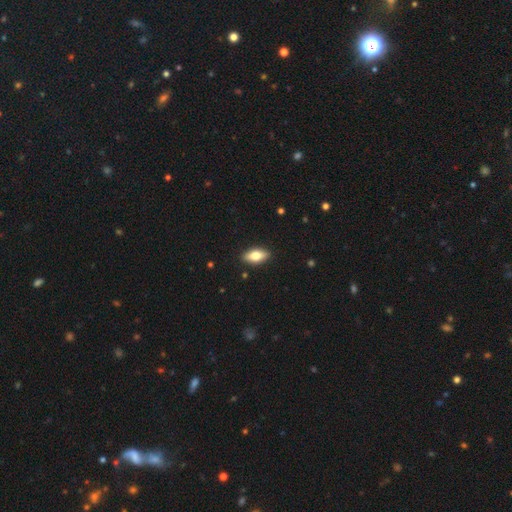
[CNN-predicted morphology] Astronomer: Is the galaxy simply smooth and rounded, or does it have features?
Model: smooth — 71%.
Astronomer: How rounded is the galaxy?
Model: in between — 84%.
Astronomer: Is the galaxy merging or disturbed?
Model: none — 89%.